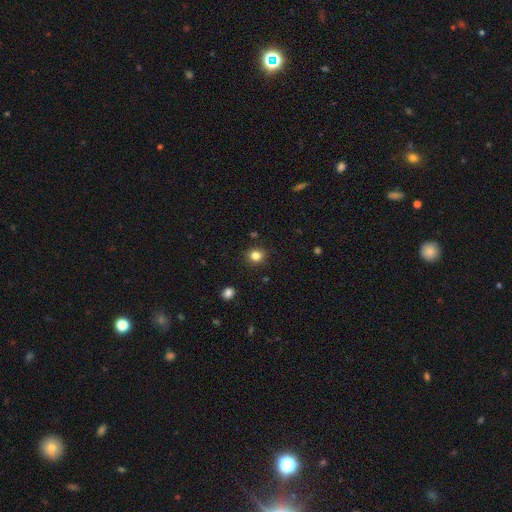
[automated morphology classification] A smooth galaxy with no disk features (82%) that is round (82%).

Vote fractions:
- Smooth or featured? smooth: 82% / star or artifact: 12% / featured or disk: 5%
- How rounded? round: 82% / in between: 17% / cigar-shaped: 1%
- Merging? none: 89% / minor disturbance: 8% / major disturbance: 2% / merger: 1%